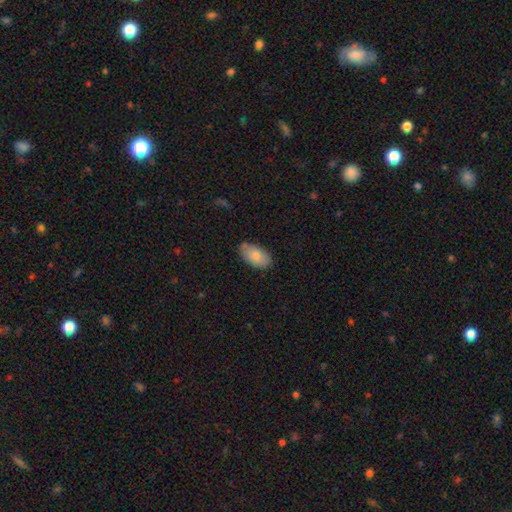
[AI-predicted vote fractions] Smooth or featured? Predicted: smooth (p=0.80). How rounded? Predicted: in between (p=0.95). Merging? Predicted: none (p=0.76).